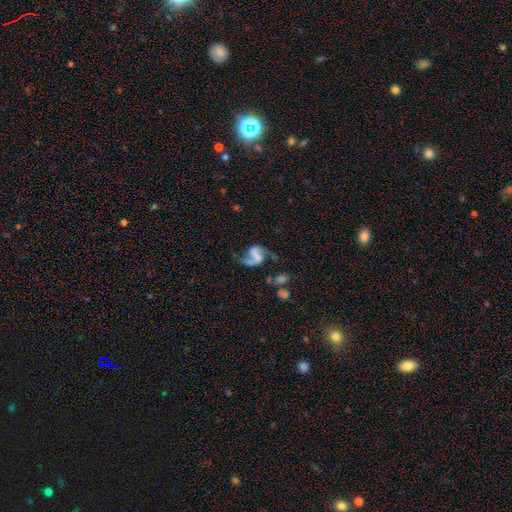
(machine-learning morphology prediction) Smooth or featured: featured or disk — 76% (smooth — 14%)
Edge-on disk: no — 98% (yes — 2%)
Bar: strong — 36% (weak — 35%)
Spiral arms: yes — 89% (no — 11%)
Spiral winding: loose — 69% (medium — 26%)
Spiral arm count: 2 — 82% (1 — 13%)
Bulge size: none — 62% (small — 17%)
Merging: none — 47% (major disturbance — 24%)